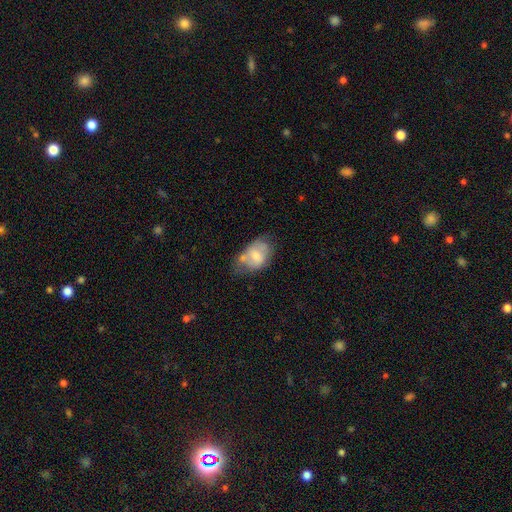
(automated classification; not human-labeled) This appears to be a smooth galaxy with no disk features (61%) that is in between round and cigar-shaped (85%). Merging: none (36%).